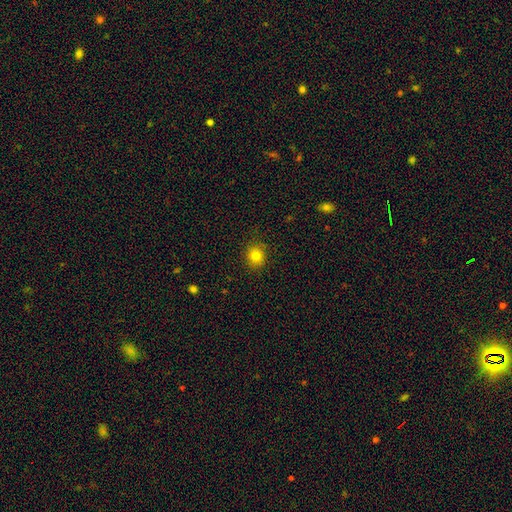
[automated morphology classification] Smooth or featured: smooth — 81% (star or artifact — 12%)
How rounded: round — 83% (in between — 16%)
Merging: none — 88% (minor disturbance — 8%)